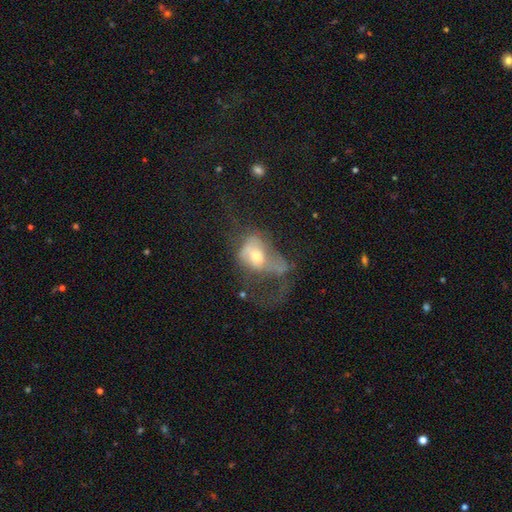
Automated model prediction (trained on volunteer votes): Morphology: type=featured or disk (47%); merging=major disturbance (62%).